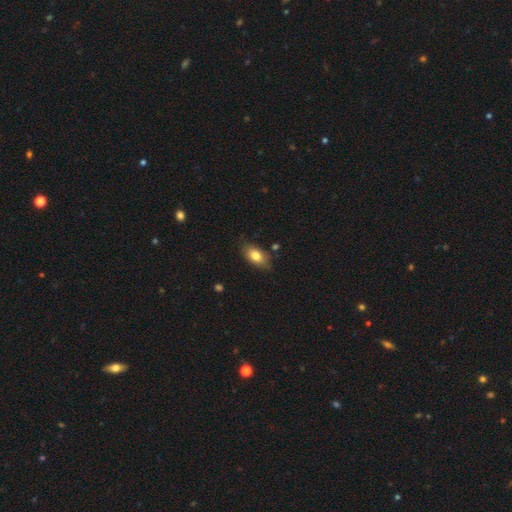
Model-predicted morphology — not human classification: Overall: smooth (80%). How rounded: in between (88%). Merging: none (79%).